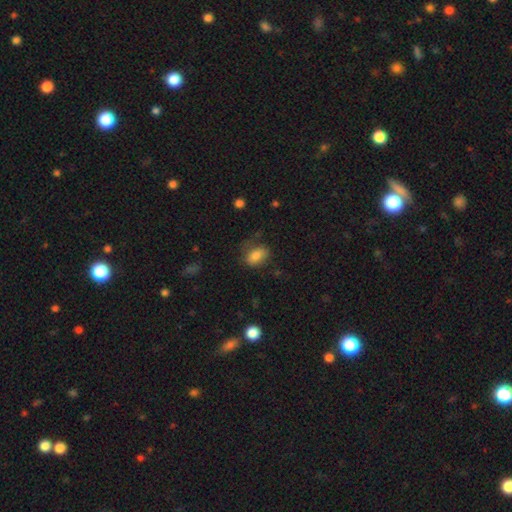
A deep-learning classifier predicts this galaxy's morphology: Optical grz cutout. It shows a smooth galaxy with no disk features (82%) that is in between round and cigar-shaped (87%). Merging: none (62%).